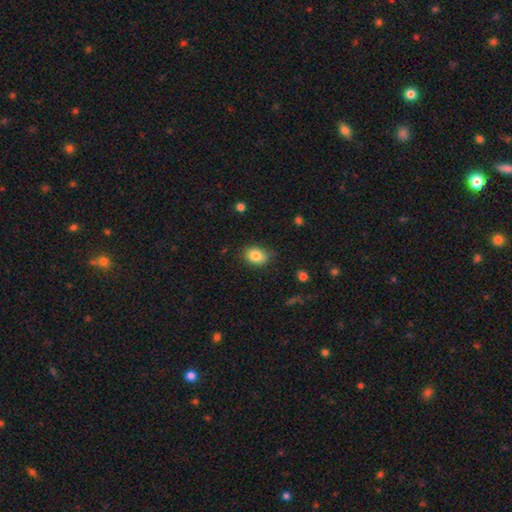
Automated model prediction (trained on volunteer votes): Smooth or featured? Predicted: smooth (p=0.83). How rounded? Predicted: in between (p=0.68). Merging? Predicted: none (p=0.77).